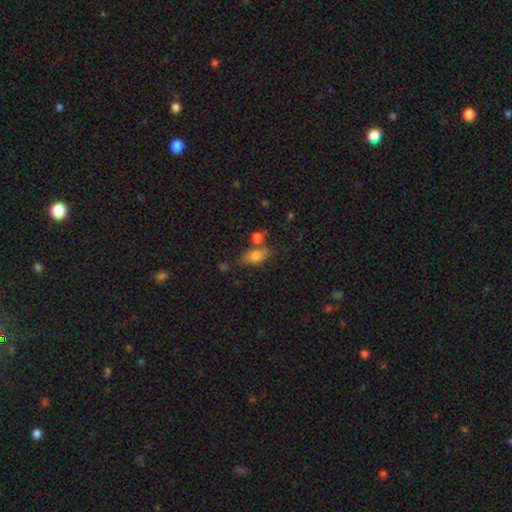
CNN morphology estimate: A smooth galaxy with no disk features (78%) that is in between round and cigar-shaped (83%).

Vote fractions:
- Smooth or featured? smooth: 78% / featured or disk: 13% / star or artifact: 9%
- How rounded? in between: 83% / cigar-shaped: 9% / round: 8%
- Merging? none: 64% / minor disturbance: 16% / merger: 15% / major disturbance: 5%